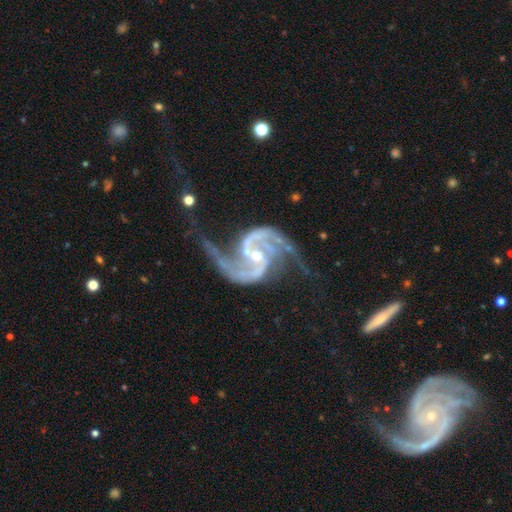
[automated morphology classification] Smooth or featured?
  - featured or disk: 94% *
  - star or artifact: 4%
  - smooth: 2%
Edge-on disk?
  - no: 98% *
  - yes: 2%
Bar?
  - weak: 42% *
  - no: 37%
  - strong: 21%
Spiral arms?
  - yes: 99% *
  - no: 1%
Spiral winding?
  - medium: 56% *
  - loose: 31%
  - tight: 13%
Spiral arm count?
  - 2: 91% *
  - 3: 3%
  - can't tell: 2%
  - 1: 2%
  - 4: 1%
  - more than 4: 1%
Bulge size?
  - small: 50% *
  - moderate: 46%
  - none: 2%
  - large: 2%
  - dominant: 1%
Merging?
  - none: 60% *
  - minor disturbance: 20%
  - major disturbance: 16%
  - merger: 4%